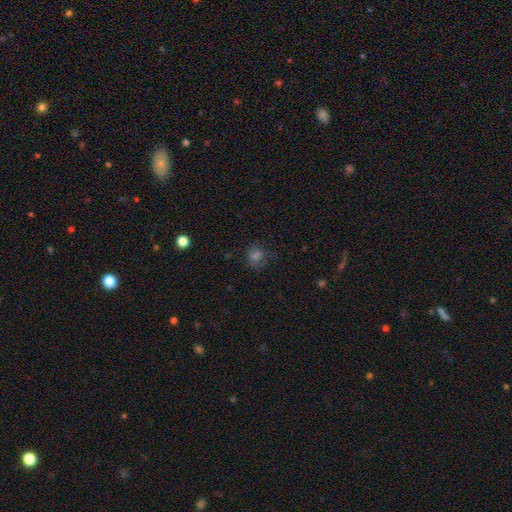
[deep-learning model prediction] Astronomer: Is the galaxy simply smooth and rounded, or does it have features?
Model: smooth — 59%.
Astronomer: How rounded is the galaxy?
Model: round — 68%.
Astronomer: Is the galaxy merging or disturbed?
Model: none — 64%.